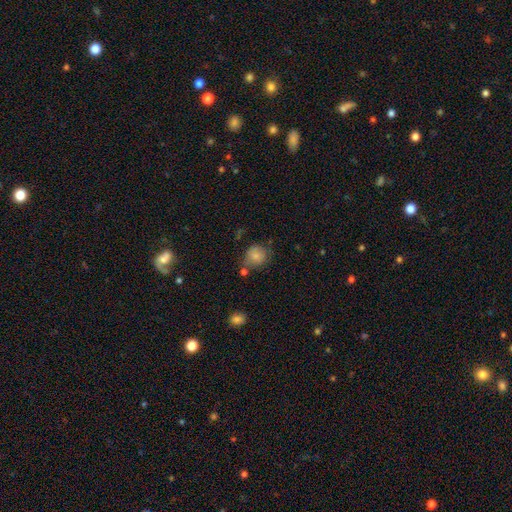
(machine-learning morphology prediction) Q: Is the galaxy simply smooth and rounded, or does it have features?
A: smooth — 80%.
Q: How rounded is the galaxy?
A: round — 78%.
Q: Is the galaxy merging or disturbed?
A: none — 59%.